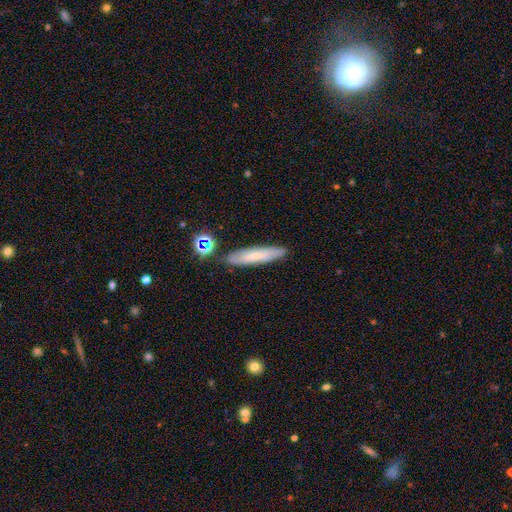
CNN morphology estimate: type=smooth (59%); roundness=cigar-shaped (85%); merging=none (81%).